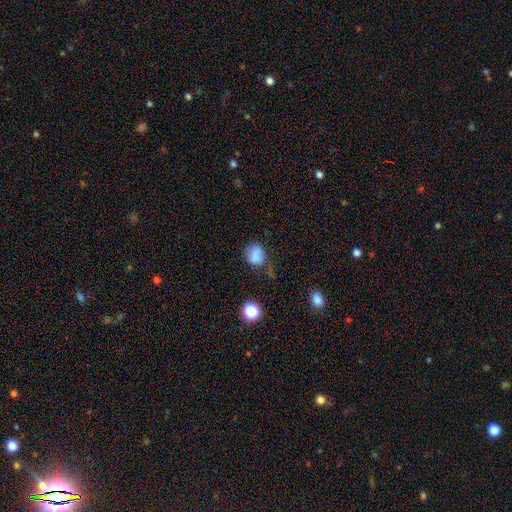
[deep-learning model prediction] Smooth or featured: smooth — 82% (star or artifact — 12%)
How rounded: round — 64% (in between — 35%)
Merging: none — 53% (minor disturbance — 29%)